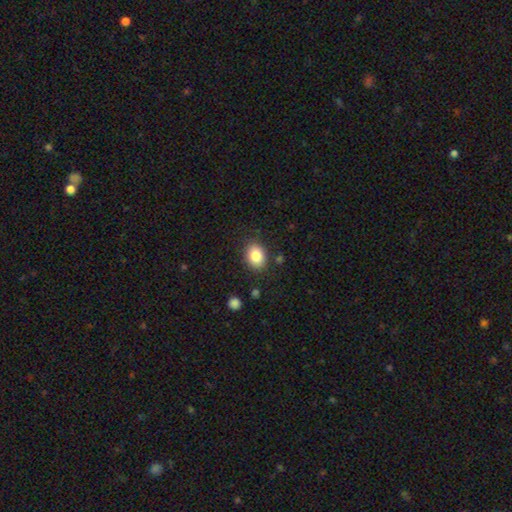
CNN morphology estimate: Smooth or featured: smooth — 84% (star or artifact — 8%)
How rounded: in between — 66% (round — 33%)
Merging: none — 84% (minor disturbance — 11%)